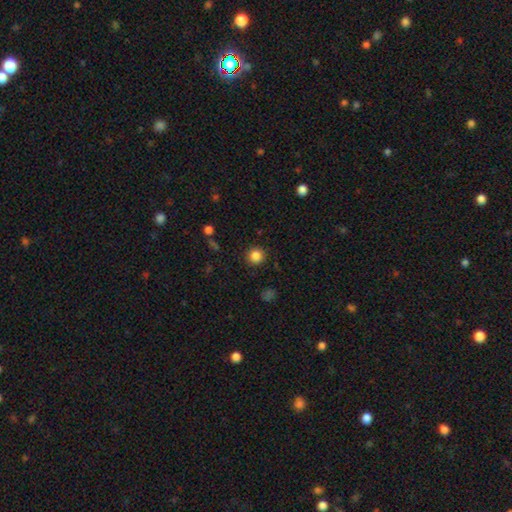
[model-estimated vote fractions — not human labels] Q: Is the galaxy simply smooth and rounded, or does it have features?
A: smooth — 85%.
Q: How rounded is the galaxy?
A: round — 93%.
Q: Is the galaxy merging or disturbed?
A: none — 91%.